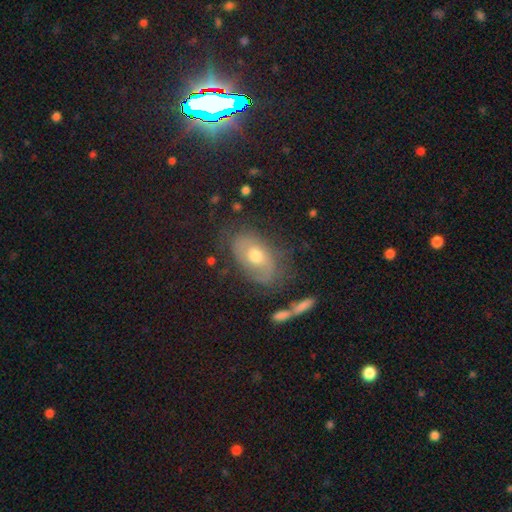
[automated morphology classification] featured or disk 49%, smooth 40%, star or artifact 11%. Down the decision tree: merging — none (62%).